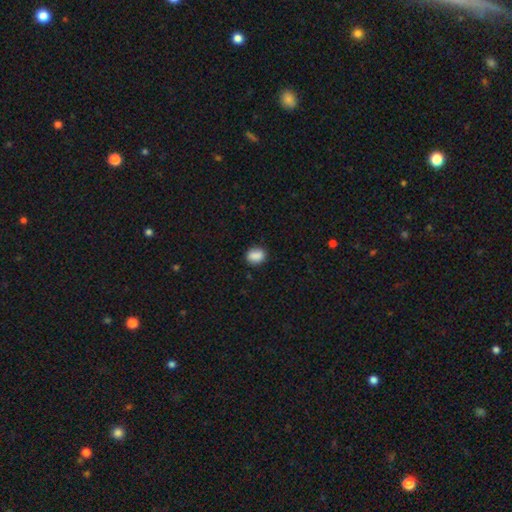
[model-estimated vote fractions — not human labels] smooth_or_featured: smooth (p=0.87) [alt: star or artifact p=0.08]
how_rounded: in between (p=0.54) [alt: round p=0.44]
merging: none (p=0.84) [alt: minor disturbance p=0.12]